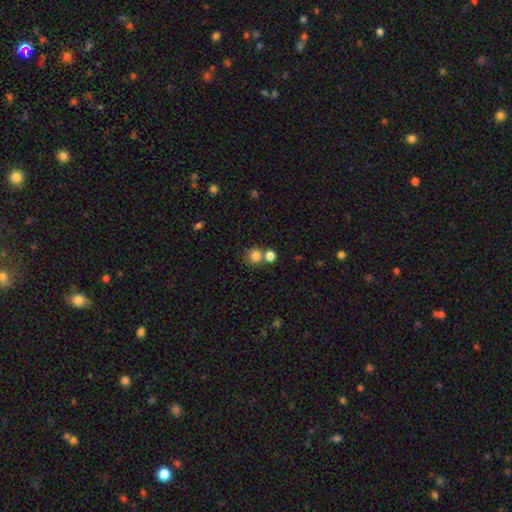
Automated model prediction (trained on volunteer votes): Smooth or featured? smooth (82%)
How rounded? round (83%)
Merging? none (54%)